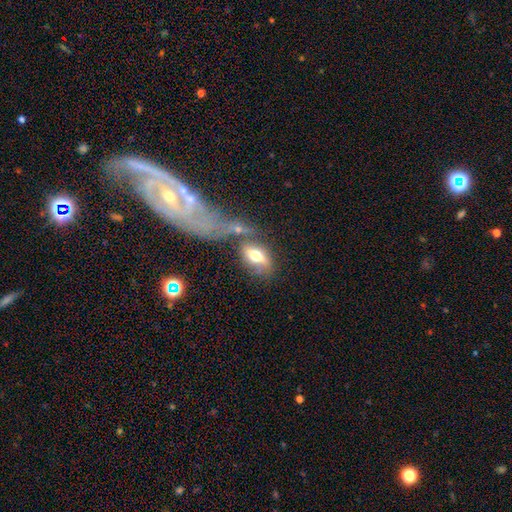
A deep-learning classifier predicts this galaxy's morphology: smooth-or-featured: smooth: 60% | featured or disk: 32% | star or artifact: 8%
  how-rounded: in between: 83% | round: 9% | cigar-shaped: 8%
  merging: none: 43% | merger: 29% | minor disturbance: 16% | major disturbance: 12%